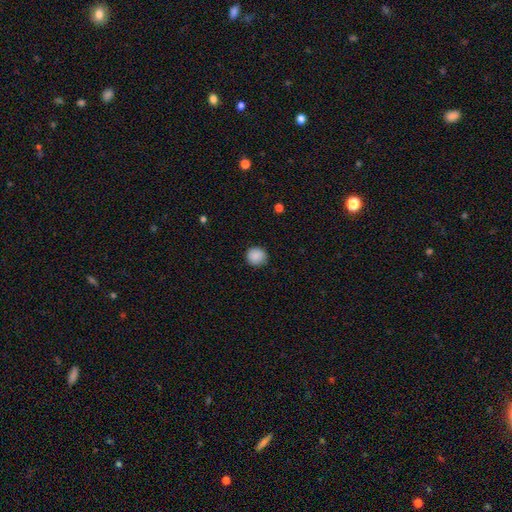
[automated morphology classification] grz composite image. It shows a smooth galaxy with no disk features (88%) that is round (90%). Merging: none (87%).